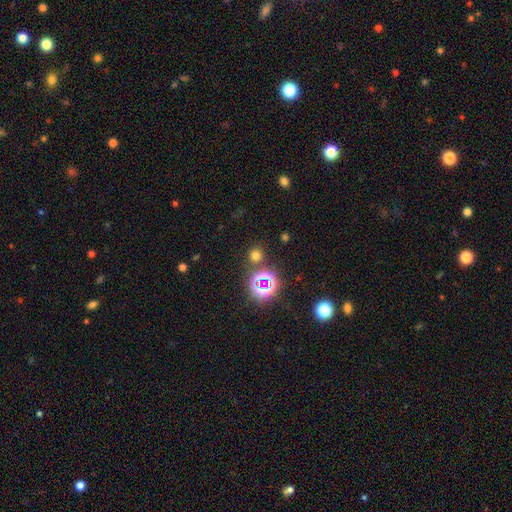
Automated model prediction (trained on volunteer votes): Overall: smooth (60%; star or artifact 34%). How rounded: round (89%). Merging: none (82%).